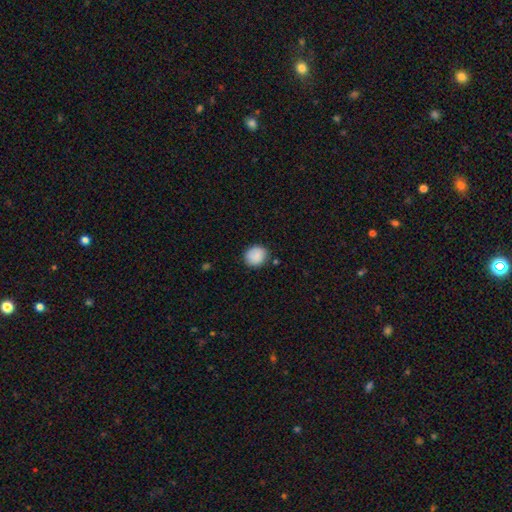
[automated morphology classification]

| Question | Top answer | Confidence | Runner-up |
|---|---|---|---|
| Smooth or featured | smooth | 87% | star or artifact (8%) |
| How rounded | round | 81% | in between (18%) |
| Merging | none | 84% | minor disturbance (12%) |